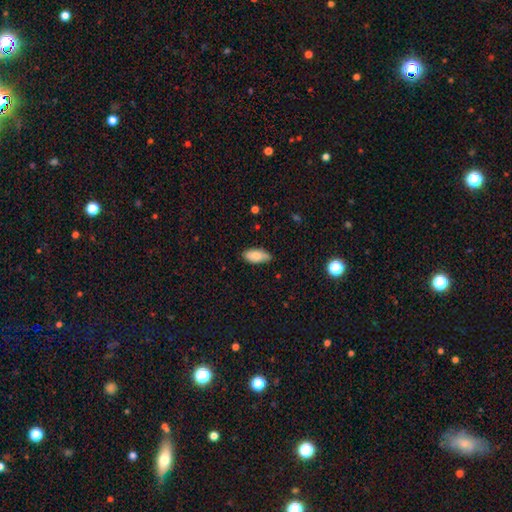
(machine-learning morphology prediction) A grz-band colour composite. It shows a smooth galaxy with no disk features (85%) that is in between round and cigar-shaped (89%). Merging: none (73%).